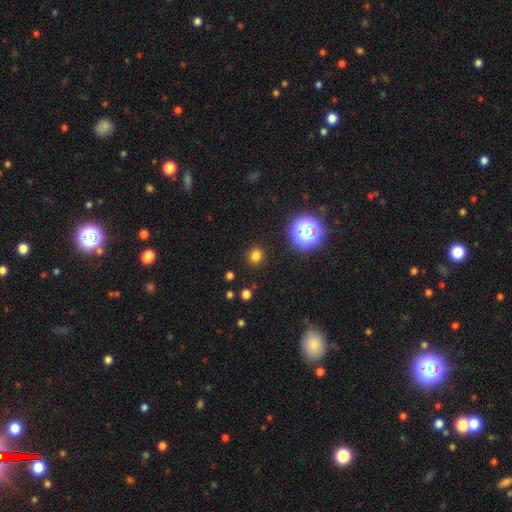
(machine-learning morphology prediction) This is likely a smooth galaxy (75%). How rounded: clearly round (84%). Merging: clearly none (89%).